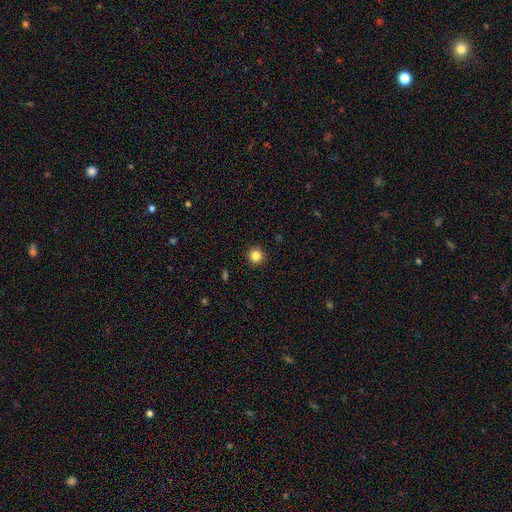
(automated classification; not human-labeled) Smooth or featured? smooth (84%)
How rounded? round (96%)
Merging? none (93%)